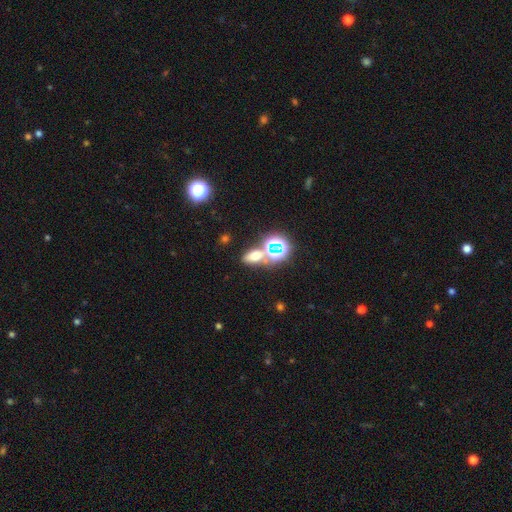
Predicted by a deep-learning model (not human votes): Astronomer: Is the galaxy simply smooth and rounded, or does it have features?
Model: smooth — 53% (runner-up: star or artifact, 35%).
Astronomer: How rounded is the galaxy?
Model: in between — 75%.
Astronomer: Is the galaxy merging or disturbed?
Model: none — 63%.